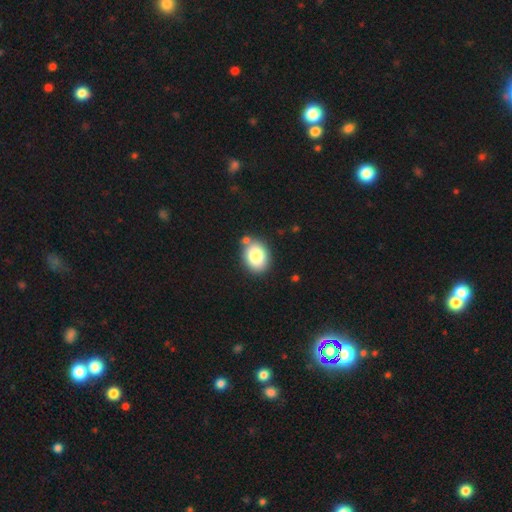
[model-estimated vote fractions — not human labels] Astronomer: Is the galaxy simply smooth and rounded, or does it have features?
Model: smooth — 82%.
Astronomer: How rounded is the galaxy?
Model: in between — 65%.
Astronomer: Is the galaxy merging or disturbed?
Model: none — 77%.